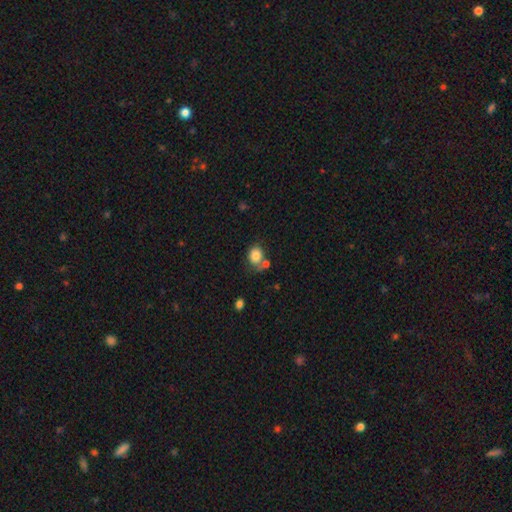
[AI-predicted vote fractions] Smooth or featured: smooth — 83% (star or artifact — 9%)
How rounded: round — 55% (in between — 44%)
Merging: none — 56% (merger — 21%)